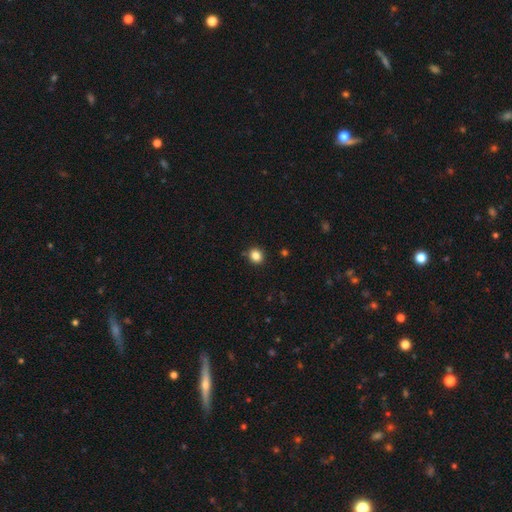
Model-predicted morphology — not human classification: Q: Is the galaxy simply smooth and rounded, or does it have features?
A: smooth — 85%.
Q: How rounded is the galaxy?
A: round — 79%.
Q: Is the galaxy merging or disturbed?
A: none — 89%.